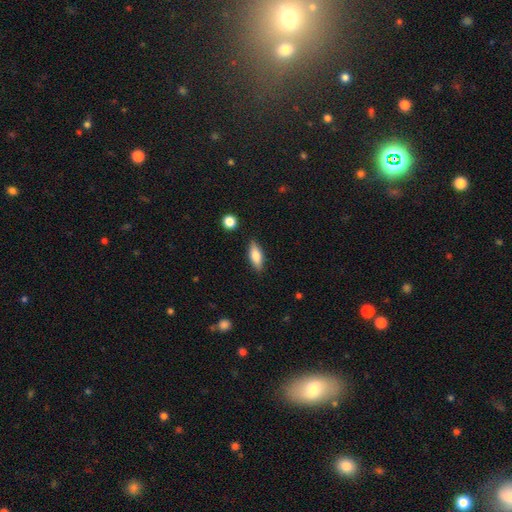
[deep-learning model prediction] Smooth or featured? Predicted: smooth (p=0.73). How rounded? Predicted: in between (p=0.65). Merging? Predicted: none (p=0.86).